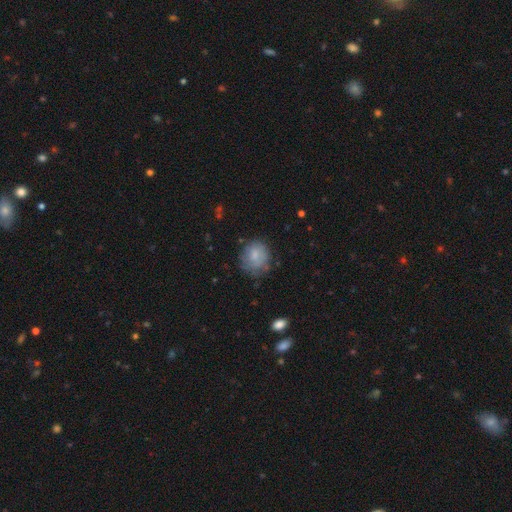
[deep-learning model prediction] The model was most divided on "merging": none: 64%, minor disturbance: 24%, major disturbance: 10%, merger: 2%. More confident: how rounded — round (73%); smooth or featured — smooth (73%).